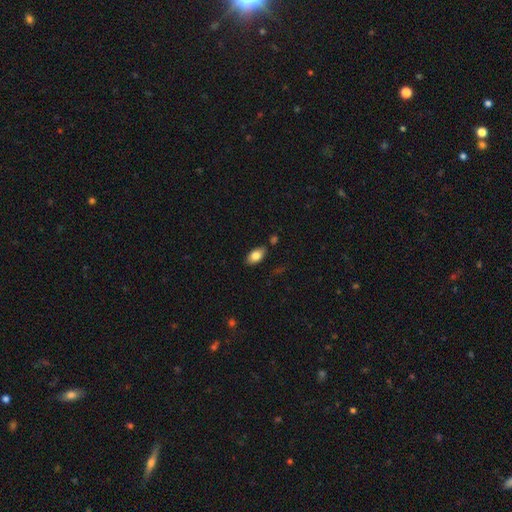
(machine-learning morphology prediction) Q: Smooth or featured?
A: smooth (81%); runner-up: featured or disk (12%)
Q: How rounded?
A: in between (92%); runner-up: round (4%)
Q: Merging?
A: none (81%); runner-up: minor disturbance (12%)